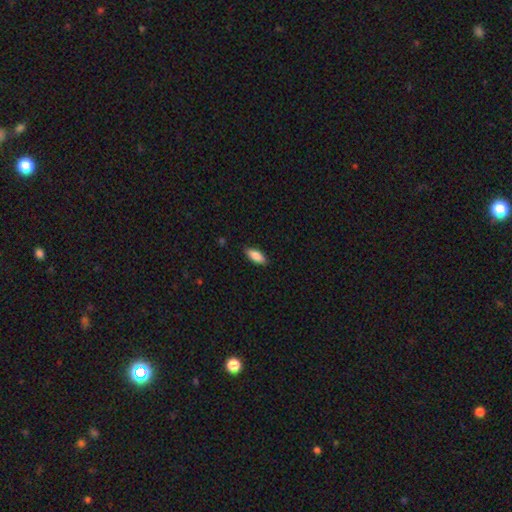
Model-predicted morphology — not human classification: Smooth or featured?
  - smooth: 85% *
  - featured or disk: 9%
  - star or artifact: 6%
How rounded?
  - in between: 78% *
  - cigar-shaped: 20%
  - round: 2%
Merging?
  - none: 87% *
  - minor disturbance: 10%
  - major disturbance: 2%
  - merger: 1%